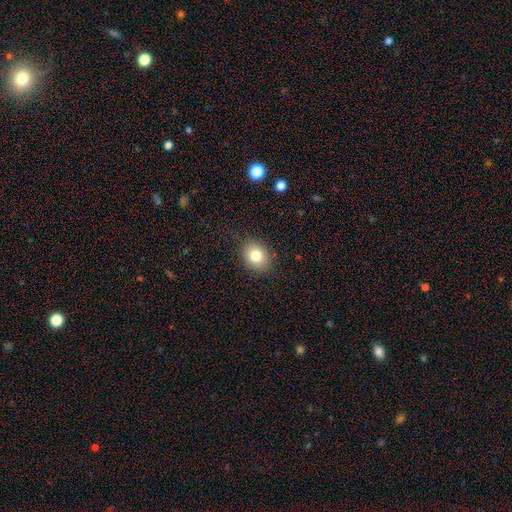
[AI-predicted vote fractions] The model was most divided on "how rounded": round: 60%, in between: 40%, cigar-shaped: 1%. More confident: merging — none (85%); smooth or featured — smooth (80%).